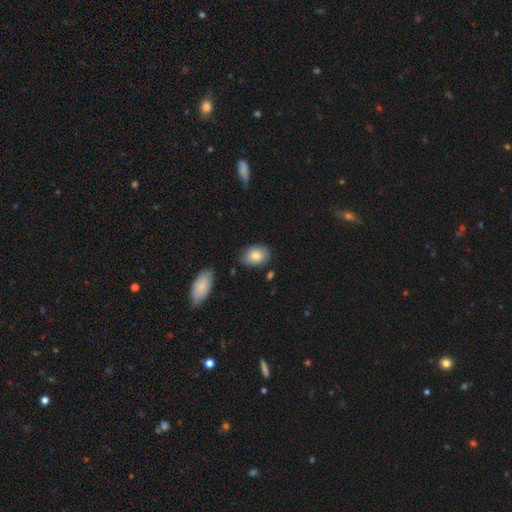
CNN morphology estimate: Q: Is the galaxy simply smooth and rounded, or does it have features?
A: smooth — 81%.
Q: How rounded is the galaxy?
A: in between — 75%.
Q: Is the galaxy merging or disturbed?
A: none — 73%.